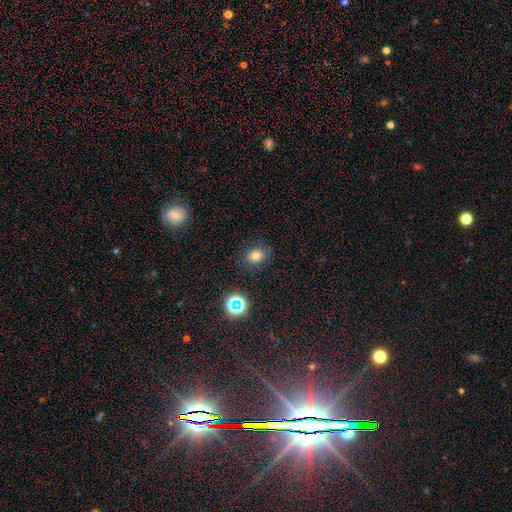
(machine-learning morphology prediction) A smooth galaxy with no disk features (75%) that is in between round and cigar-shaped (58%).

Vote fractions:
- Smooth or featured? smooth: 75% / star or artifact: 16% / featured or disk: 9%
- How rounded? in between: 58% / round: 41% / cigar-shaped: 1%
- Merging? none: 82% / minor disturbance: 13% / major disturbance: 4% / merger: 2%